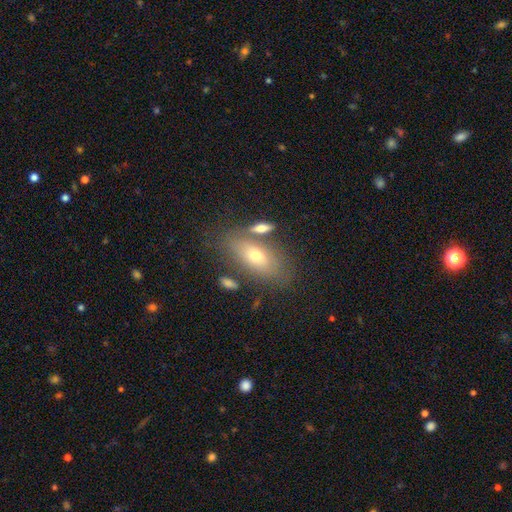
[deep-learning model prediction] Smooth or featured: smooth — 65% (featured or disk — 26%)
How rounded: in between — 83% (cigar-shaped — 11%)
Merging: none — 65% (merger — 15%)